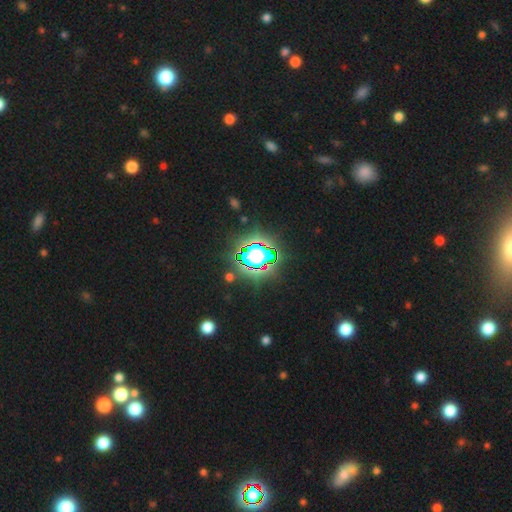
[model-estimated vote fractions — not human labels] smooth-or-featured: star or artifact: 69% | smooth: 19% | featured or disk: 11%